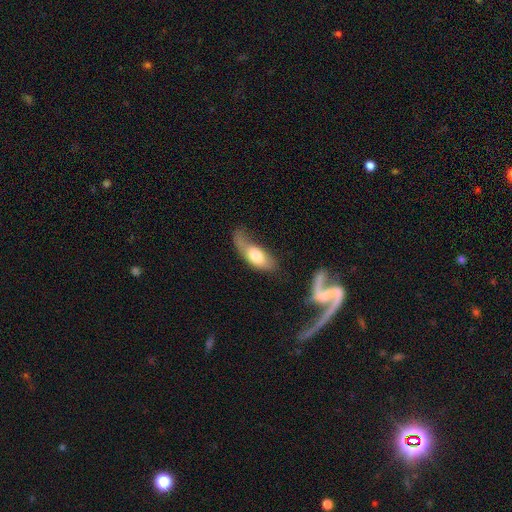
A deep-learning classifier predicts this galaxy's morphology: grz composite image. It shows a smooth galaxy with no disk features (66%) that is in between round and cigar-shaped (81%). Merging: major disturbance (37%).